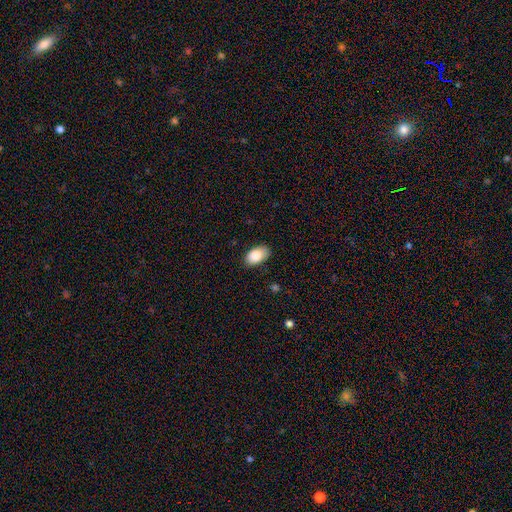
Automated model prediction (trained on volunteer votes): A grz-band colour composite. It shows a smooth galaxy with no disk features (87%) that is in between round and cigar-shaped (93%). Merging: none (81%).